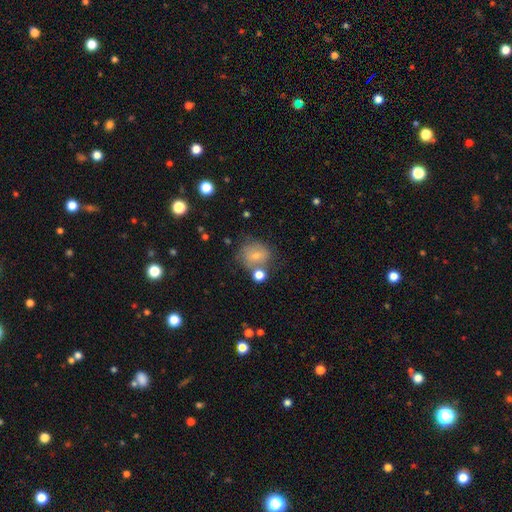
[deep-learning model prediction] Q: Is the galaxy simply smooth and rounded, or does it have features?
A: smooth — 69%.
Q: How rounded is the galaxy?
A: round — 75%.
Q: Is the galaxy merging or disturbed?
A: none — 52%.